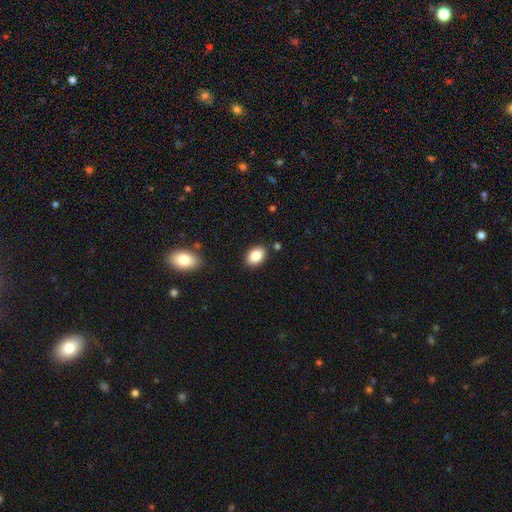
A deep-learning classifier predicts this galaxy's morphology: The model was most divided on "how rounded": in between: 85%, round: 14%, cigar-shaped: 1%. More confident: smooth or featured — smooth (87%); merging — none (85%).